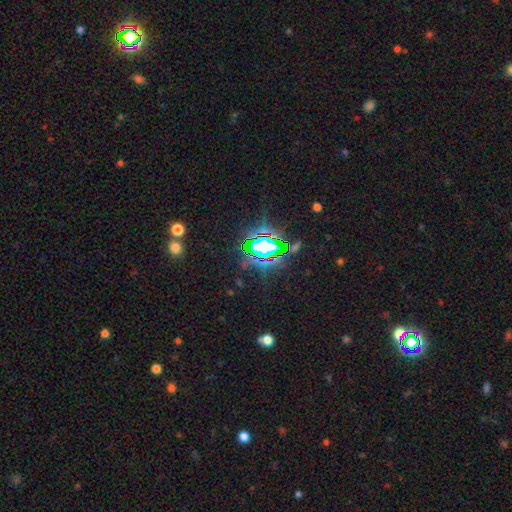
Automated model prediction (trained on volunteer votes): Q: Smooth or featured?
A: star or artifact (82%); runner-up: smooth (11%)